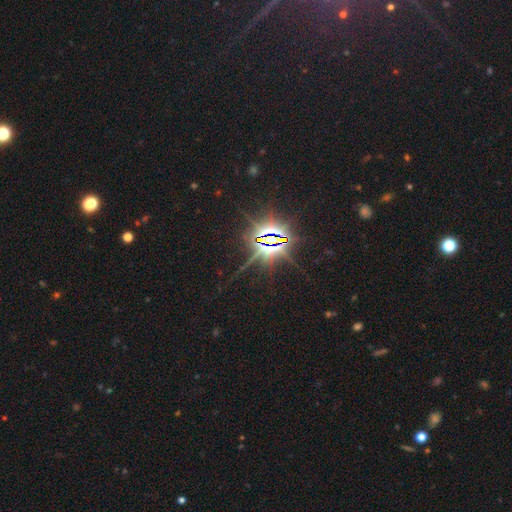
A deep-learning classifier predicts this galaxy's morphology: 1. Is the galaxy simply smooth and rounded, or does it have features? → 85% star or artifact, 8% smooth, 7% featured or disk.